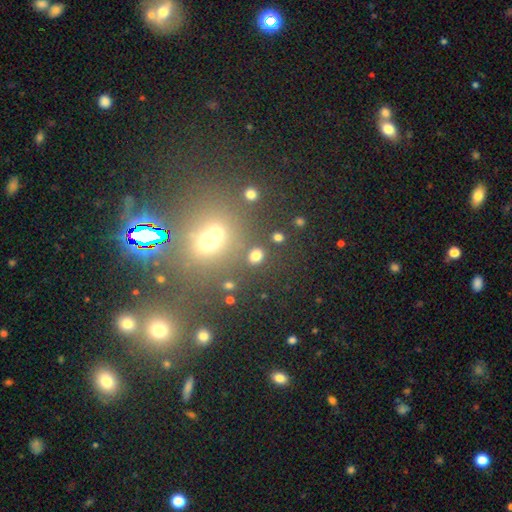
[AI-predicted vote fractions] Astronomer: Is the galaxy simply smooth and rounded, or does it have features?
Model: smooth — 75%.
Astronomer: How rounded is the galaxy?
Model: round — 66%.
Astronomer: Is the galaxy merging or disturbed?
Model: none — 78%.